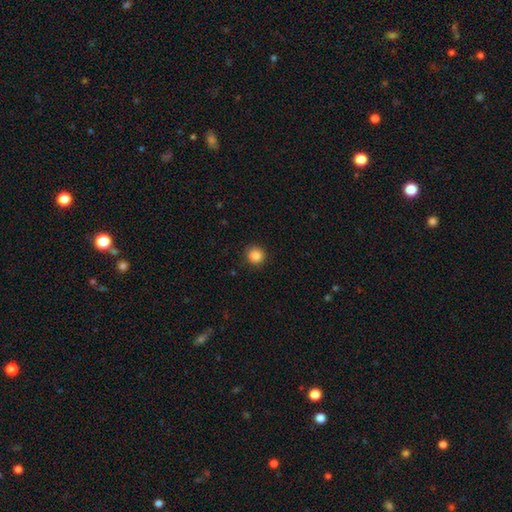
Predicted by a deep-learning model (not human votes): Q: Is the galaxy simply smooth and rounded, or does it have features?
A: smooth — 86%.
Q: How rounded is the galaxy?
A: round — 91%.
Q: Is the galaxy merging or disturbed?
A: none — 88%.